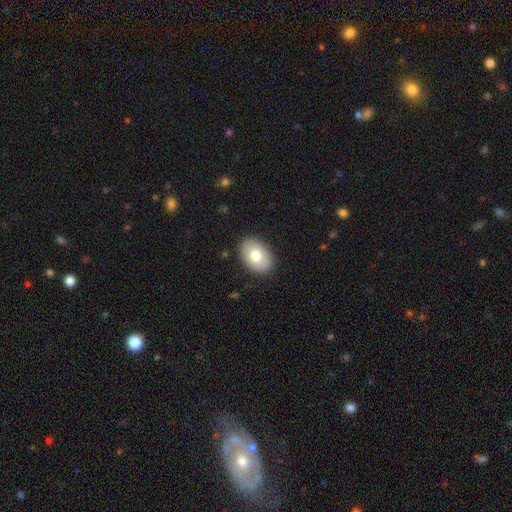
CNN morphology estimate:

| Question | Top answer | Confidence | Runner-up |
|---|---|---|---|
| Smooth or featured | smooth | 74% | featured or disk (20%) |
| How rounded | in between | 87% | round (12%) |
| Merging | none | 87% | minor disturbance (9%) |